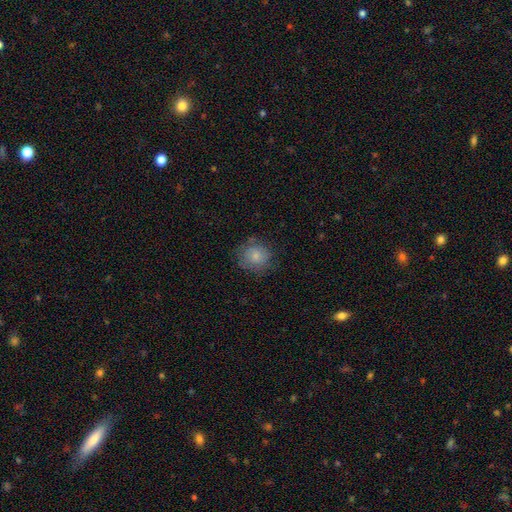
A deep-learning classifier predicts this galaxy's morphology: Smooth or featured?
  - smooth: 76% *
  - featured or disk: 16%
  - star or artifact: 8%
How rounded?
  - round: 86% *
  - in between: 13%
  - cigar-shaped: 1%
Merging?
  - none: 71% *
  - minor disturbance: 20%
  - major disturbance: 7%
  - merger: 2%